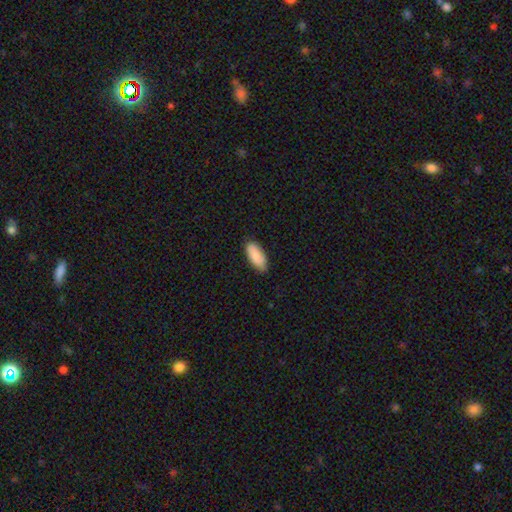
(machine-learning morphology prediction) This is clearly a smooth galaxy (86%). How rounded: clearly in between (85%). Merging: clearly none (84%).